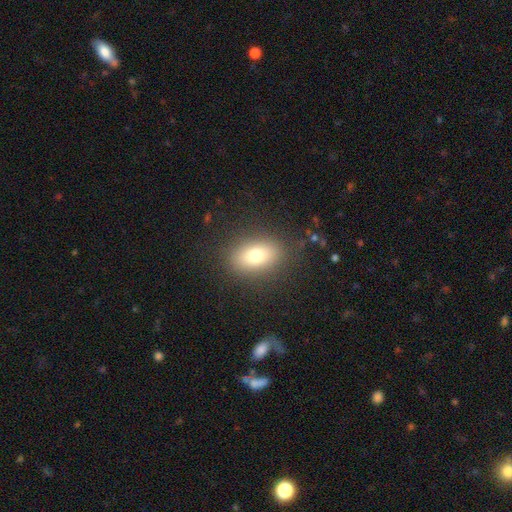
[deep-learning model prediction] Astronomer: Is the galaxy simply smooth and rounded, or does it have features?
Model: smooth — 77%.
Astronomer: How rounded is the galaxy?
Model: in between — 84%.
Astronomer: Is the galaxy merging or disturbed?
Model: none — 84%.